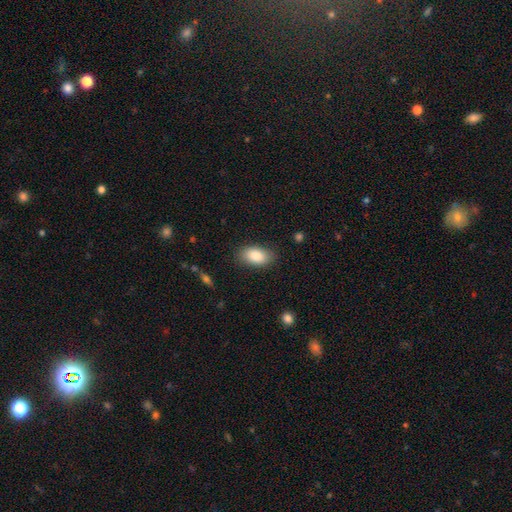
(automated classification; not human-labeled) This is clearly a smooth galaxy (85%). How rounded: clearly in between (92%). Merging: clearly none (84%).